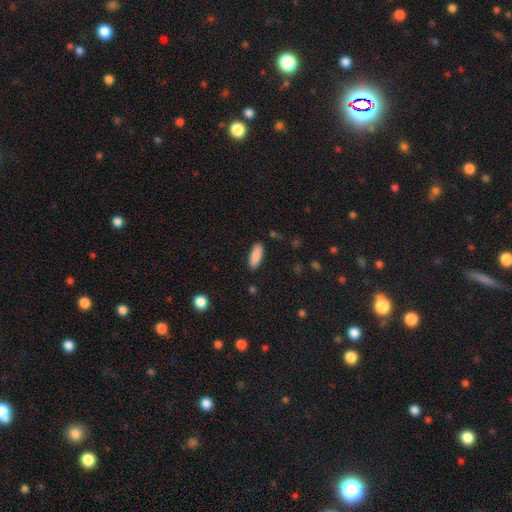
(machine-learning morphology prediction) Smooth or featured? Predicted: smooth (p=0.89). How rounded? Predicted: in between (p=0.68). Merging? Predicted: none (p=0.87).